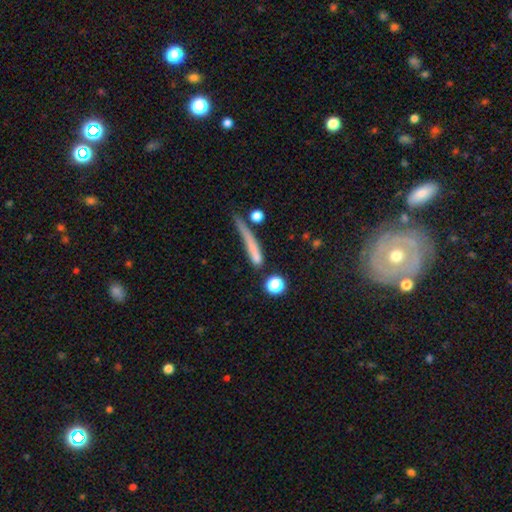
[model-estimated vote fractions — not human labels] smooth-or-featured: smooth: 62% | featured or disk: 25% | star or artifact: 13%
  how-rounded: cigar-shaped: 81% | in between: 11% | round: 8%
  merging: none: 51% | minor disturbance: 22% | major disturbance: 16% | merger: 11%